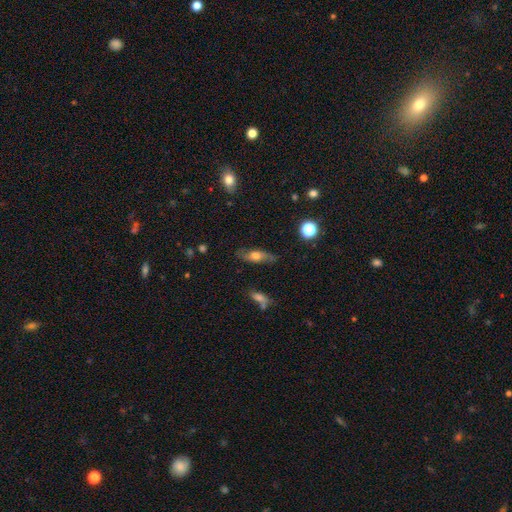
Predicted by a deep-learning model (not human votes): The model was most divided on "smooth or featured": smooth: 52%, featured or disk: 39%, star or artifact: 9%. More confident: merging — none (75%); how rounded — in between (61%).